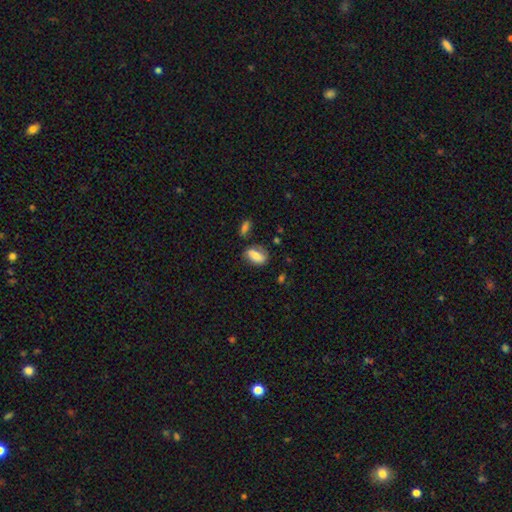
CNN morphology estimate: Overall: smooth (69%). How rounded: in between (88%). Merging: none (60%; minor disturbance 25%).